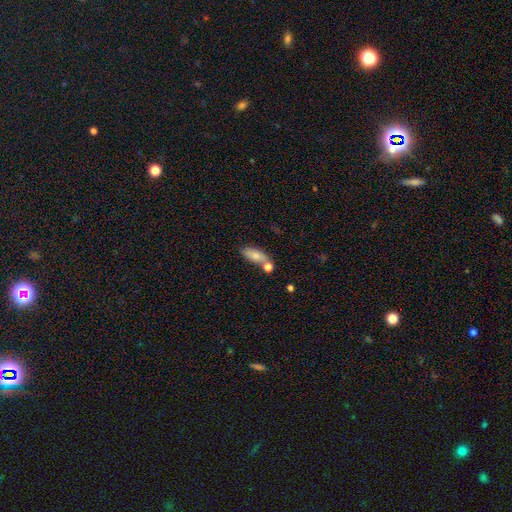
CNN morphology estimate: This appears to be a smooth galaxy with no disk features (75%) that is in between round and cigar-shaped (77%). Merging: none (56%).